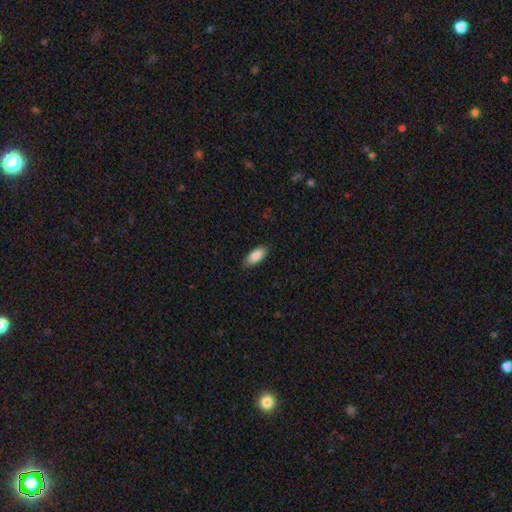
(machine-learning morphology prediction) smooth_or_featured: smooth (p=0.86) [alt: featured or disk p=0.08]
how_rounded: in between (p=0.84) [alt: cigar-shaped p=0.14]
merging: none (p=0.86) [alt: minor disturbance p=0.11]